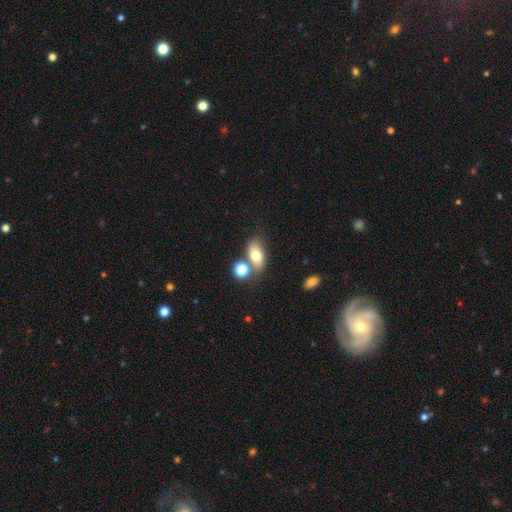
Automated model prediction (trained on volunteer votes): A smooth galaxy with no disk features (71%) that is in between round and cigar-shaped (81%).

Vote fractions:
- Smooth or featured? smooth: 71% / featured or disk: 19% / star or artifact: 10%
- How rounded? in between: 81% / round: 14% / cigar-shaped: 4%
- Merging? none: 59% / merger: 22% / minor disturbance: 14% / major disturbance: 5%